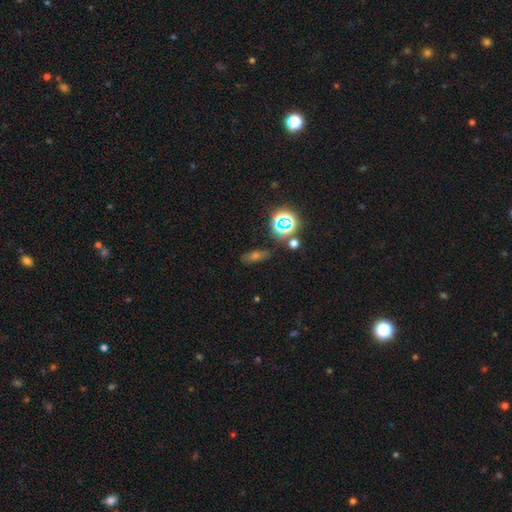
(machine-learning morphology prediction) Smooth or featured? Predicted: star or artifact (p=0.43).